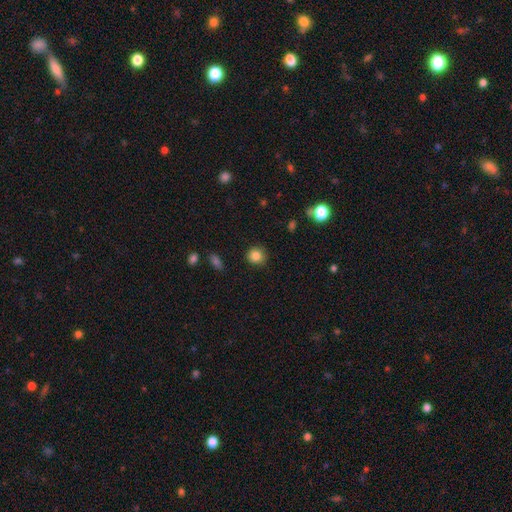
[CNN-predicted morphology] Smooth or featured? smooth (85%)
How rounded? round (87%)
Merging? none (86%)